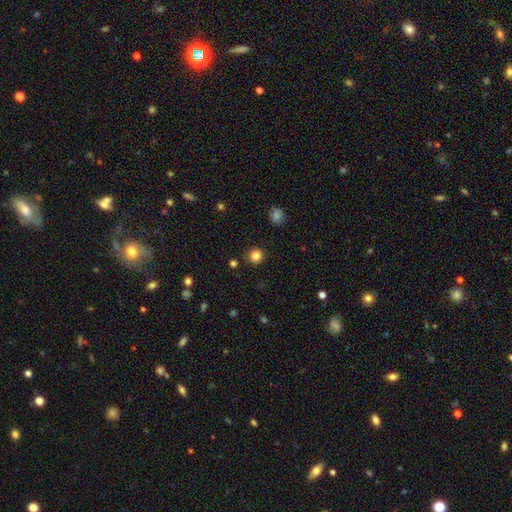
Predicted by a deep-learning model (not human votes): smooth-or-featured: smooth: 84% | star or artifact: 12% | featured or disk: 4%
  how-rounded: round: 92% | in between: 7% | cigar-shaped: 1%
  merging: none: 90% | minor disturbance: 6% | major disturbance: 2% | merger: 2%